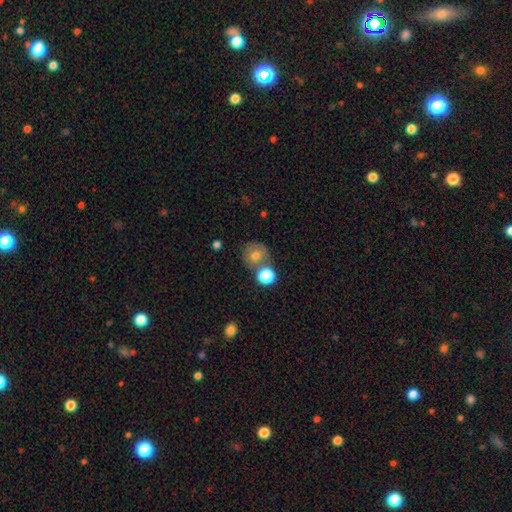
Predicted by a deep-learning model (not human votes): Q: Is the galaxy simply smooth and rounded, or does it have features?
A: smooth — 71%.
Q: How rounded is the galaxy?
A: round — 85%.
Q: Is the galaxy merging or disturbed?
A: none — 57%.